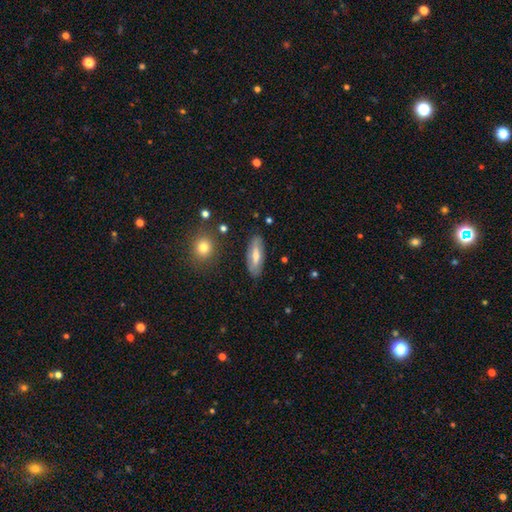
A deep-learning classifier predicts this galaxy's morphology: This is possibly a smooth galaxy (53%). How rounded: likely in between (69%). Merging: clearly none (84%).